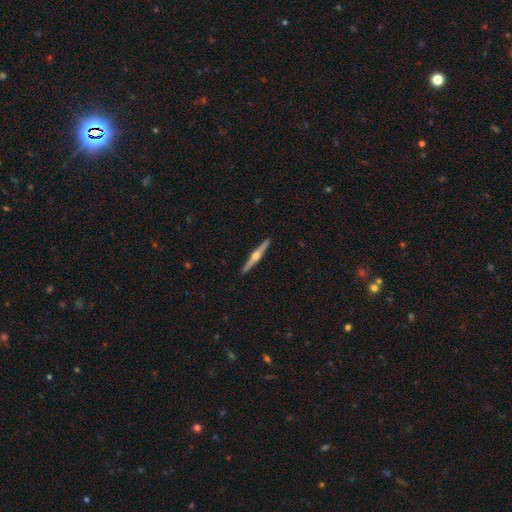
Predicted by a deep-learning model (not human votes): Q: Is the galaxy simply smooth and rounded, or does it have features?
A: featured or disk — 80%.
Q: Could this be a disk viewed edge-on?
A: yes — 99%.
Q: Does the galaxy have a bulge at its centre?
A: rounded — 94%.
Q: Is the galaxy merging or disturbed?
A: none — 93%.